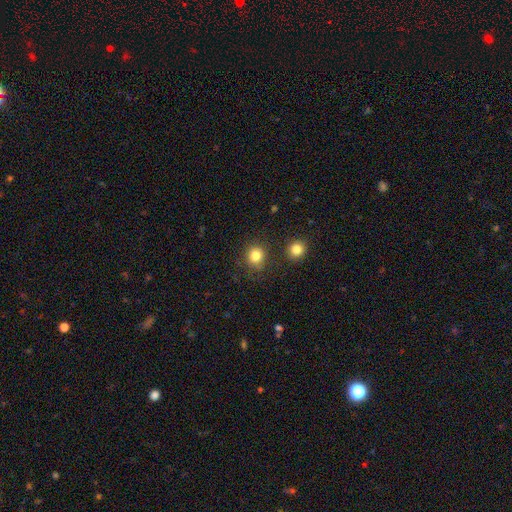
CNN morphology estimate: smooth_or_featured: smooth (p=0.82) [alt: star or artifact p=0.12]
how_rounded: round (p=0.85) [alt: in between p=0.14]
merging: none (p=0.79) [alt: minor disturbance p=0.11]